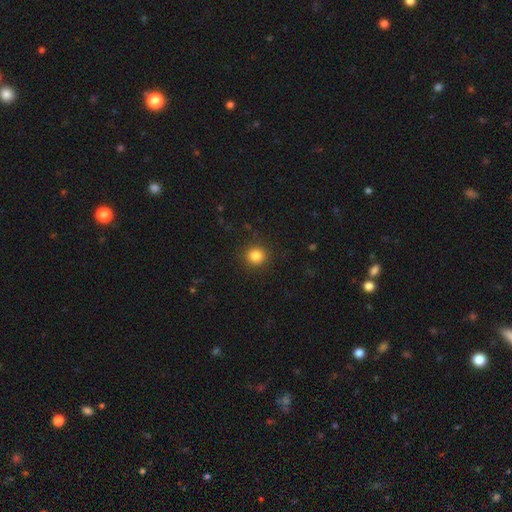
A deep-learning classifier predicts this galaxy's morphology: smooth_or_featured: smooth (p=0.84) [alt: star or artifact p=0.11]
how_rounded: round (p=0.91) [alt: in between p=0.08]
merging: none (p=0.90) [alt: minor disturbance p=0.06]